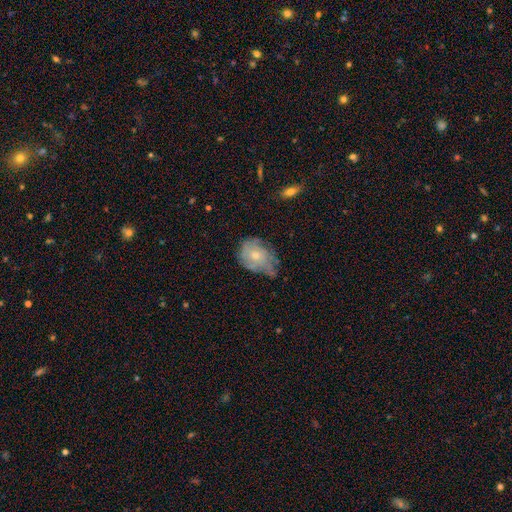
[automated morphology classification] Overall: featured or disk (49%; smooth 44%). Merging: none (41%; minor disturbance 40%).